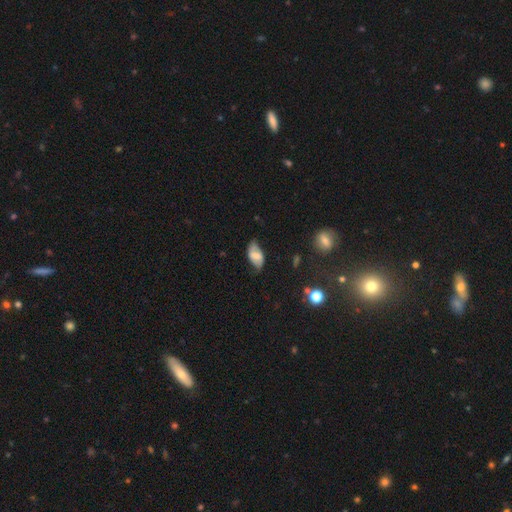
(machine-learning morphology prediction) Overall: smooth (50%; featured or disk 41%). How rounded: in between (91%). Merging: none (58%; minor disturbance 31%).